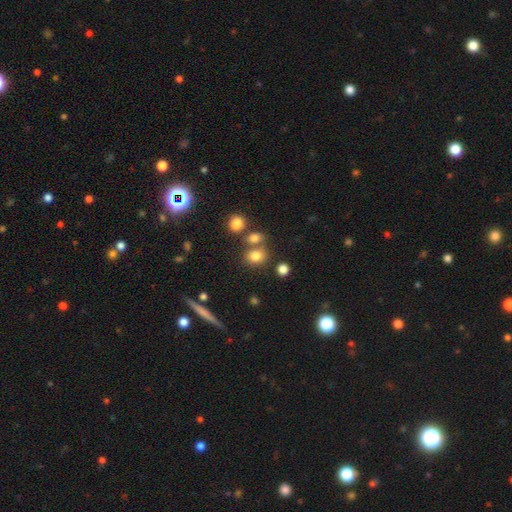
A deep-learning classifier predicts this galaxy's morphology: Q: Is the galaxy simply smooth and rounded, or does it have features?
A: smooth — 77%.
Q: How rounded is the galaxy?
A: round — 55%.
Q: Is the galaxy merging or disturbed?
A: none — 60%.